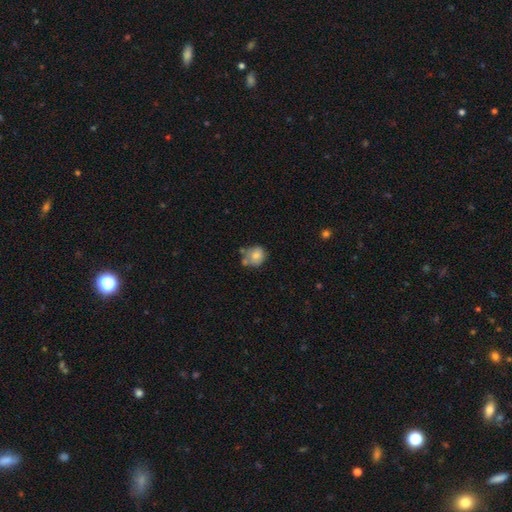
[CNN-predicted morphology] Smooth or featured: smooth — 75% (featured or disk — 16%)
How rounded: round — 74% (in between — 25%)
Merging: none — 48% (minor disturbance — 25%)